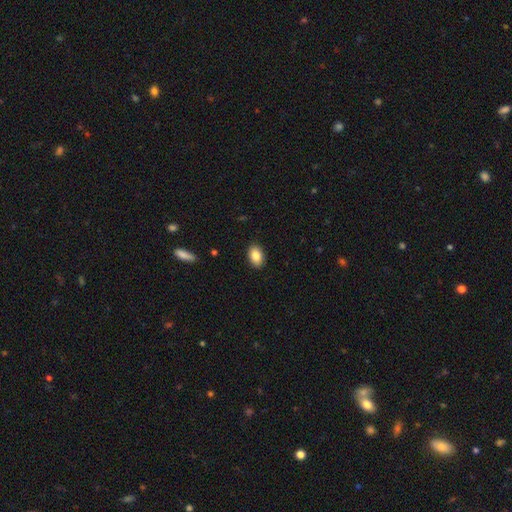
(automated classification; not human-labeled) smooth 85%, star or artifact 7%, featured or disk 7%. Down the decision tree: how rounded — in between (88%); merging — none (89%).